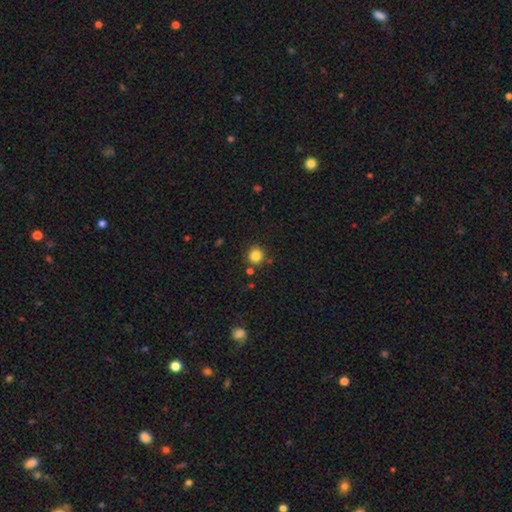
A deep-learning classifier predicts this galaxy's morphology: Smooth or featured? smooth (84%)
How rounded? round (93%)
Merging? none (84%)